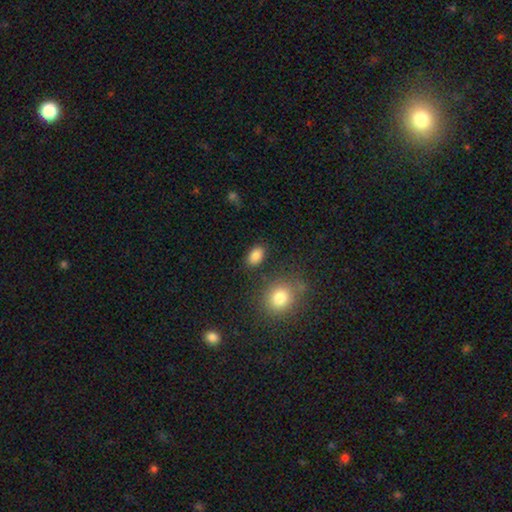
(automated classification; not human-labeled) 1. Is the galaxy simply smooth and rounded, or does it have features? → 87% smooth, 9% star or artifact, 5% featured or disk.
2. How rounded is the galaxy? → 87% in between, 11% round, 2% cigar-shaped.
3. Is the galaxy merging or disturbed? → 83% none, 10% minor disturbance, 4% merger, 3% major disturbance.